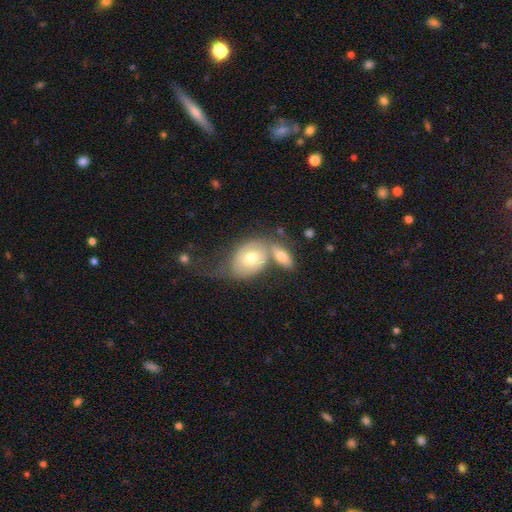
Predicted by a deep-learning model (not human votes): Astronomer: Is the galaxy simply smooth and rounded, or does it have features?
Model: featured or disk — 48% (runner-up: smooth, 39%).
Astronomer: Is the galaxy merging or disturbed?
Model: merger — 46% (runner-up: none, 28%).